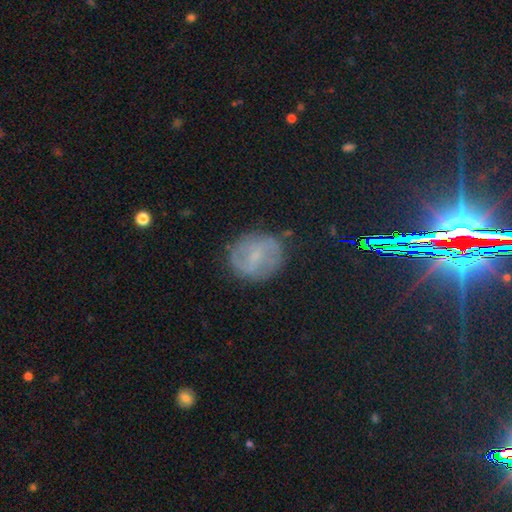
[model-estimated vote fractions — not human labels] Overall: featured or disk (50%; smooth 35%). Merging: none (79%).